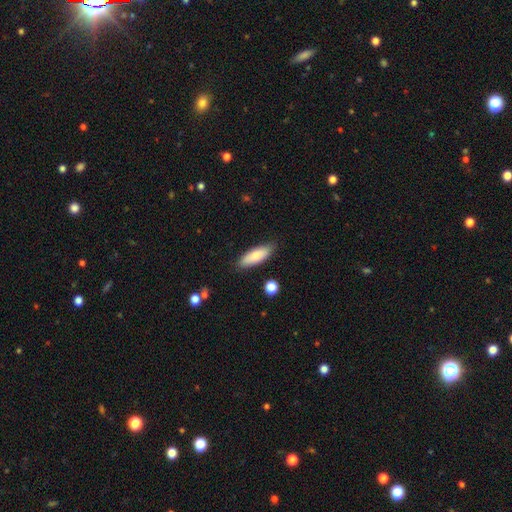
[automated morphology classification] smooth 78%, featured or disk 16%, star or artifact 6%. Down the decision tree: how rounded — in between (63%); merging — none (85%).